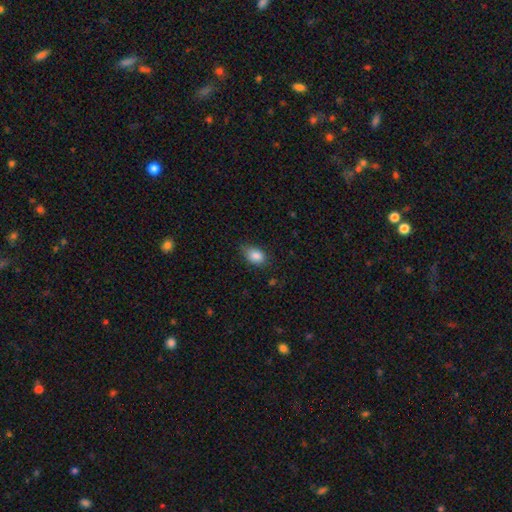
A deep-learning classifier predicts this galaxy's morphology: This is clearly a smooth galaxy (86%). How rounded: likely in between (79%). Merging: likely none (68%).